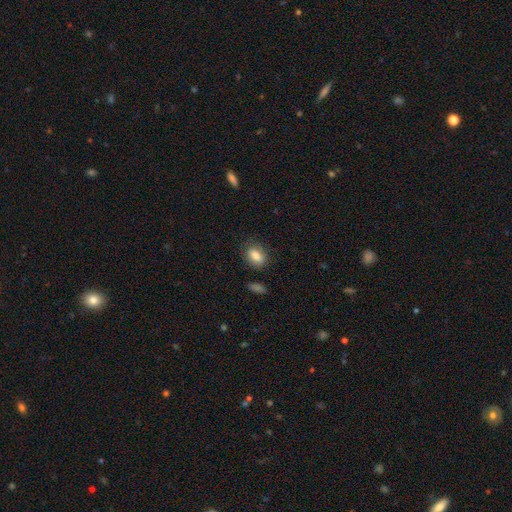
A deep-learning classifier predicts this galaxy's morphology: The model was most divided on "how rounded": in between: 79%, round: 18%, cigar-shaped: 3%. More confident: smooth or featured — smooth (83%); merging — none (79%).